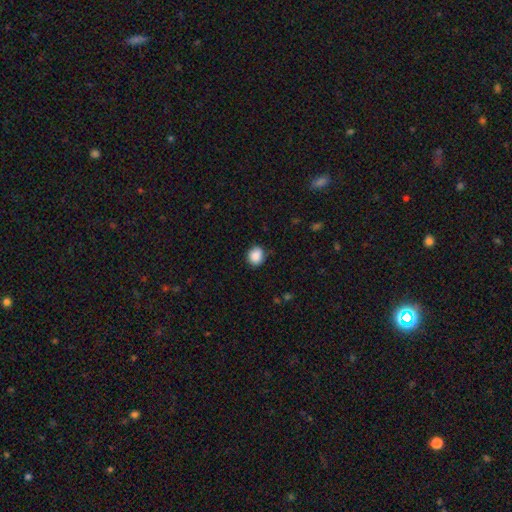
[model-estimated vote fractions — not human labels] This is clearly a smooth galaxy (88%). How rounded: likely round (70%). Merging: clearly none (82%).